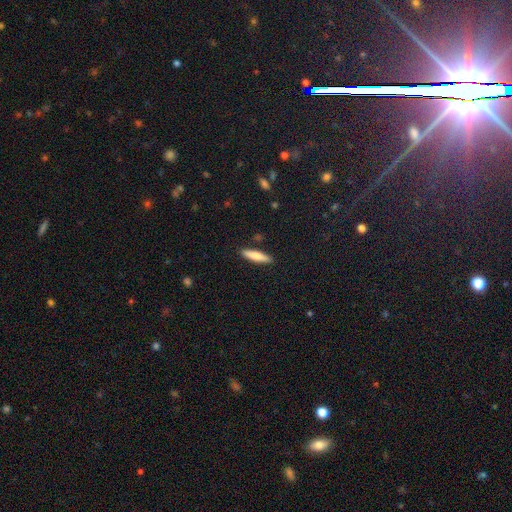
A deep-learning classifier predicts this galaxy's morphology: Smooth or featured? smooth (77%)
How rounded? cigar-shaped (79%)
Merging? none (89%)